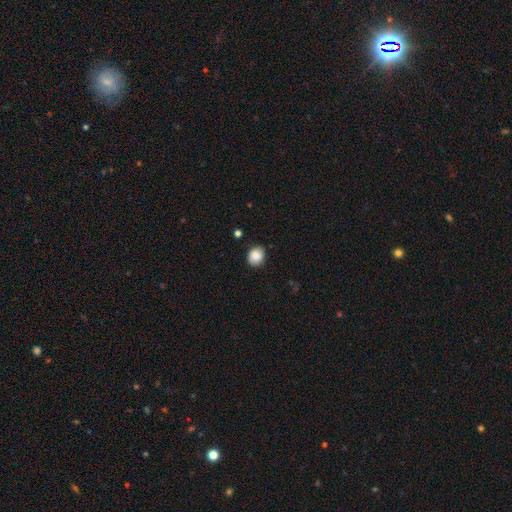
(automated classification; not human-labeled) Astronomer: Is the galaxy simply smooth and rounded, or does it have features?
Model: smooth — 86%.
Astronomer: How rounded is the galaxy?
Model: round — 68%.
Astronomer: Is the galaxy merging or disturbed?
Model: none — 83%.